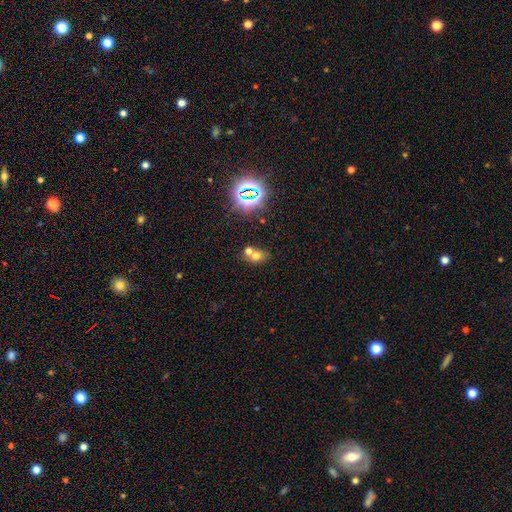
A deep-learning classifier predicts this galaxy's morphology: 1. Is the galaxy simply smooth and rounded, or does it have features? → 59% smooth, 24% star or artifact, 17% featured or disk.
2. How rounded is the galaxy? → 50% round, 49% in between, 2% cigar-shaped.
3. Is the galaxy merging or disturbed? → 49% merger, 40% none, 8% minor disturbance, 3% major disturbance.